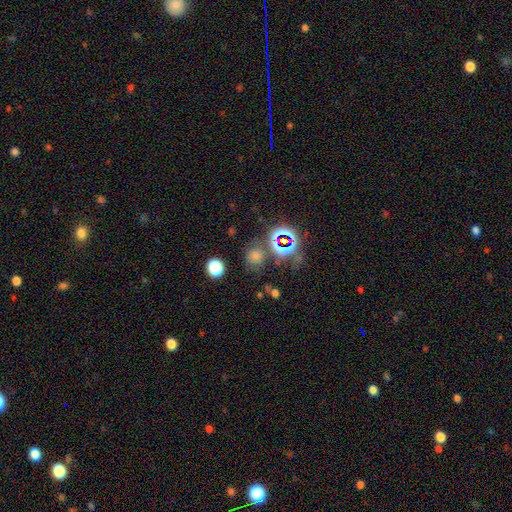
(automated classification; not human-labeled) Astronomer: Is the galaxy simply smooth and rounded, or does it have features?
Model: star or artifact — 53% (runner-up: smooth, 38%).